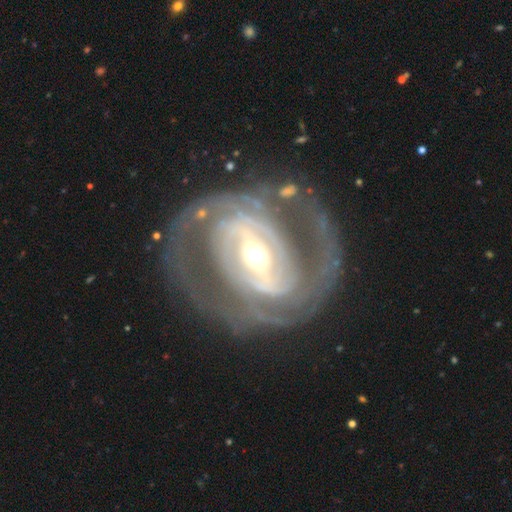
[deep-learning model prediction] smooth_or_featured: featured or disk (p=0.89) [alt: smooth p=0.06]
disk_edge_on: no (p=0.96) [alt: yes p=0.04]
bar: strong (p=0.61) [alt: weak p=0.28]
has_spiral_arms: yes (p=0.92) [alt: no p=0.08]
spiral_winding: tight (p=0.55) [alt: medium p=0.35]
spiral_arm_count: 2 (p=0.62) [alt: can't tell p=0.15]
bulge_size: moderate (p=0.51) [alt: small p=0.39]
merging: none (p=0.71) [alt: minor disturbance p=0.14]